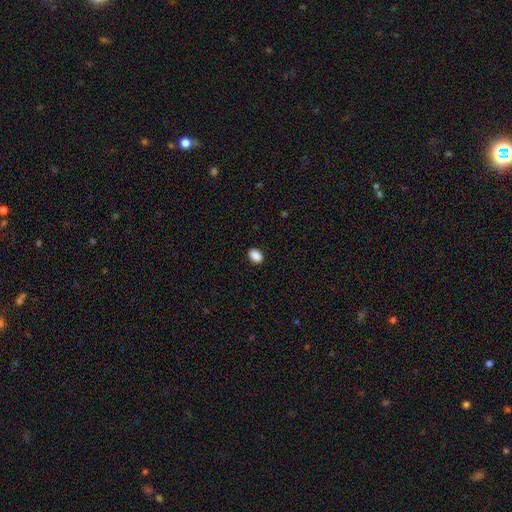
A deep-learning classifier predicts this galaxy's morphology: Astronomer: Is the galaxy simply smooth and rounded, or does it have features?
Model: smooth — 89%.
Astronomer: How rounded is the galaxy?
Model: in between — 79%.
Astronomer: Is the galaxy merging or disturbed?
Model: none — 90%.